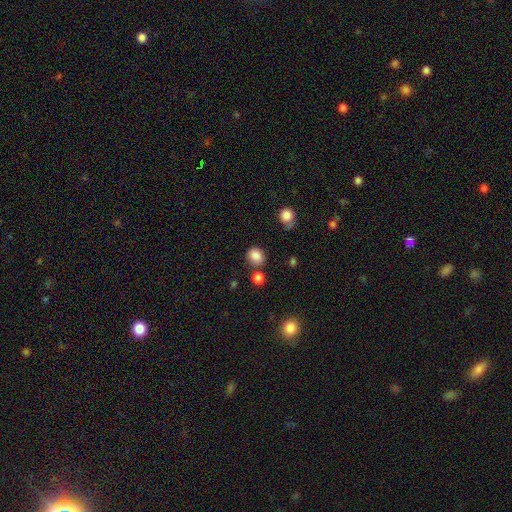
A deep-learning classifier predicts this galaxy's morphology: A smooth galaxy with no disk features (85%) that is round (58%).

Vote fractions:
- Smooth or featured? smooth: 85% / star or artifact: 11% / featured or disk: 5%
- How rounded? round: 58% / in between: 41% / cigar-shaped: 1%
- Merging? none: 74% / minor disturbance: 13% / merger: 9% / major disturbance: 4%